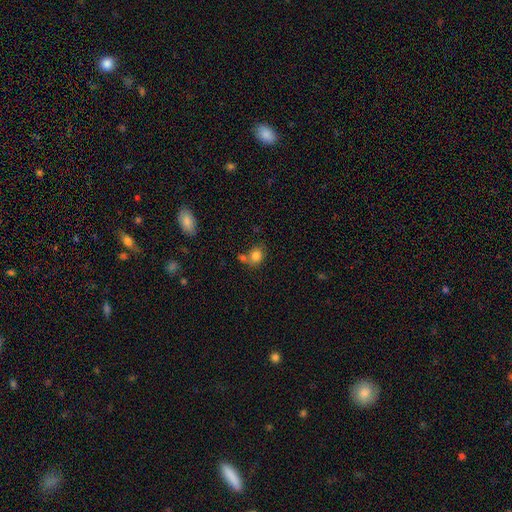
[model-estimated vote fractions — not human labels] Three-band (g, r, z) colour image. It shows a smooth galaxy with no disk features (82%) that is round (65%). Merging: none (51%).